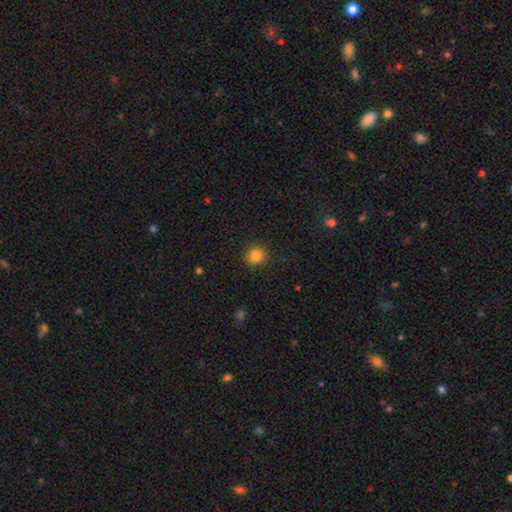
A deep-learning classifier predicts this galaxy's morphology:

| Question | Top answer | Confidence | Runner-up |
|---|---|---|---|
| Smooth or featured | smooth | 84% | star or artifact (11%) |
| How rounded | round | 87% | in between (12%) |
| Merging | none | 91% | minor disturbance (6%) |